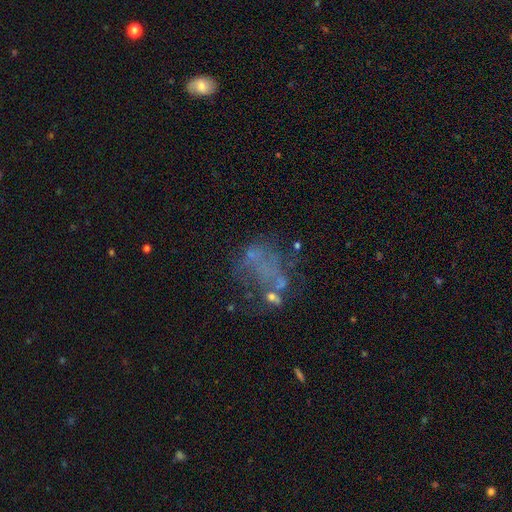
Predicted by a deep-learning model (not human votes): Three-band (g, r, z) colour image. It shows a featured or disk galaxy (50%). Merging: none (37%).